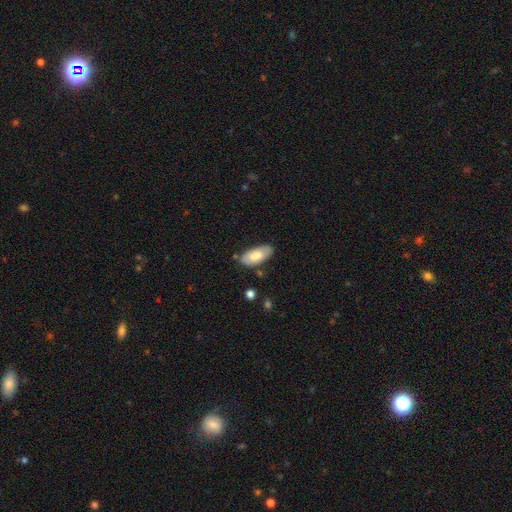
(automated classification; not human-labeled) smooth 73%, featured or disk 22%, star or artifact 6%. Down the decision tree: how rounded — in between (91%); merging — none (75%).